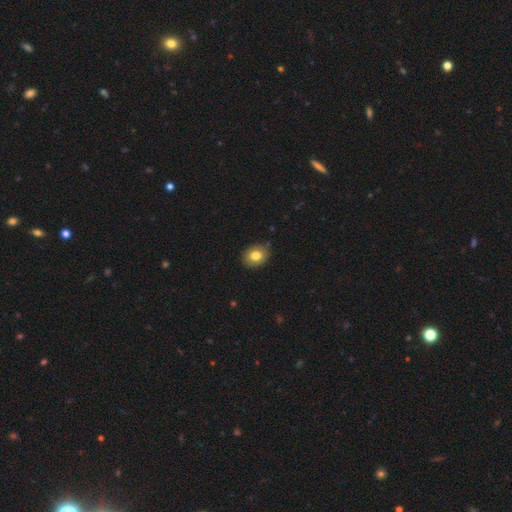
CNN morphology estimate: Smooth or featured?
  - smooth: 80% *
  - featured or disk: 11%
  - star or artifact: 9%
How rounded?
  - in between: 50% *
  - round: 49%
  - cigar-shaped: 1%
Merging?
  - none: 86% *
  - minor disturbance: 11%
  - major disturbance: 2%
  - merger: 1%